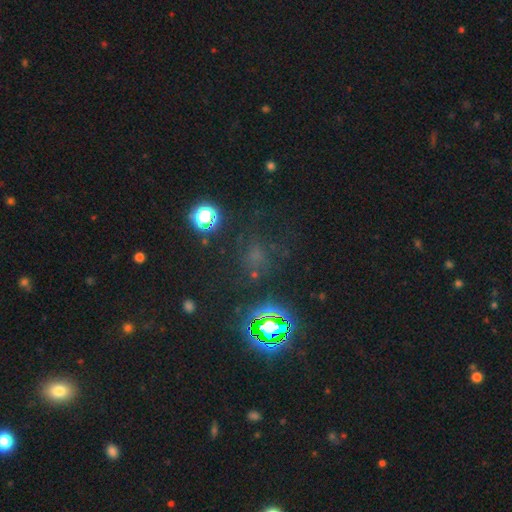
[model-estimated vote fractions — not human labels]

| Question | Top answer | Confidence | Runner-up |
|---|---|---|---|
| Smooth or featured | star or artifact | 54% | smooth (35%) |